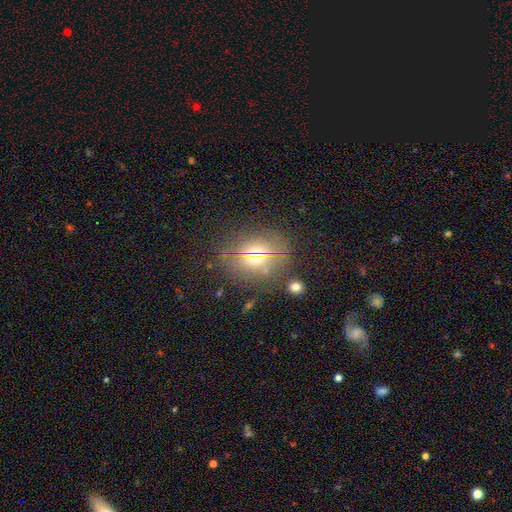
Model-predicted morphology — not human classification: A smooth galaxy with no disk features (52%) that is round (63%).

Vote fractions:
- Smooth or featured? smooth: 52% / star or artifact: 25% / featured or disk: 22%
- How rounded? round: 63% / in between: 34% / cigar-shaped: 3%
- Merging? none: 81% / minor disturbance: 11% / major disturbance: 5% / merger: 4%